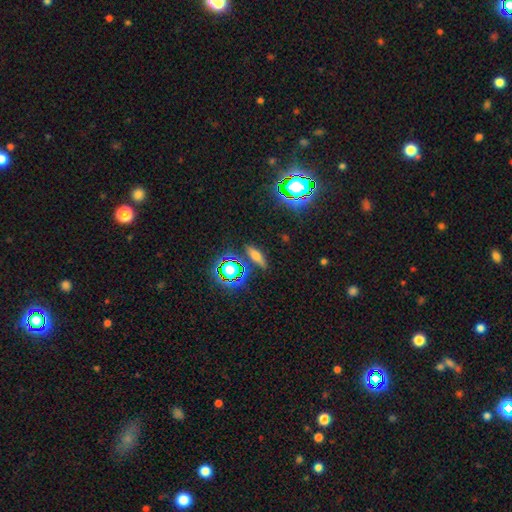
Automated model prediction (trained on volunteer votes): Smooth or featured? Predicted: smooth (p=0.50). How rounded? Predicted: cigar-shaped (p=0.53). Merging? Predicted: none (p=0.81).